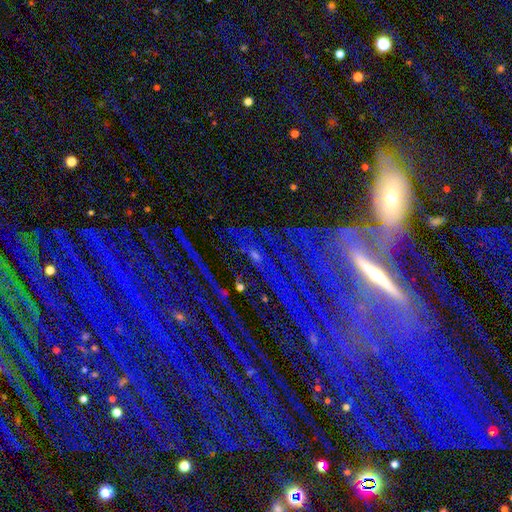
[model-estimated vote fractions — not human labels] Smooth or featured: star or artifact — 62% (featured or disk — 25%)